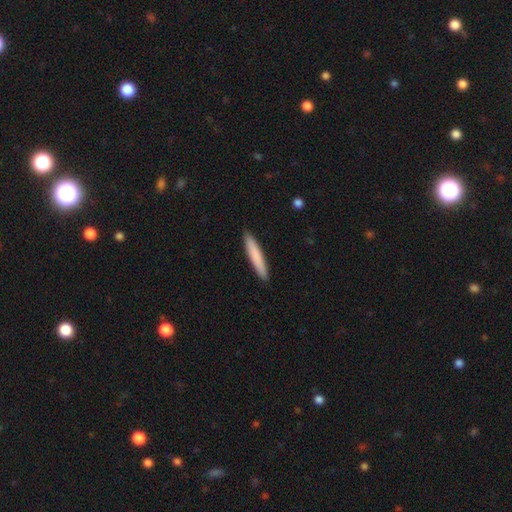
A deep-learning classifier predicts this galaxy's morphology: type=smooth (81%); roundness=cigar-shaped (93%); merging=none (92%).